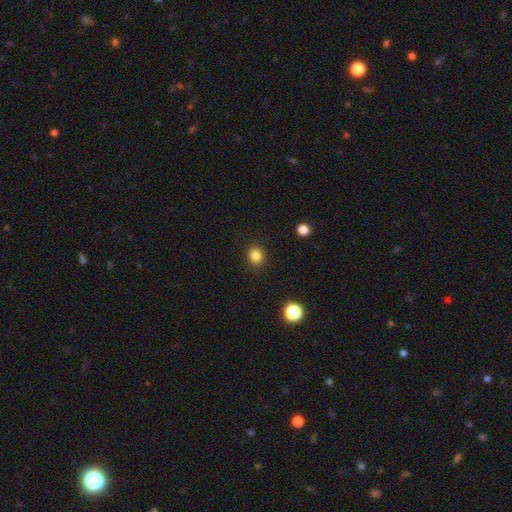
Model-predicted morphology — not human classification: Smooth or featured: smooth — 84% (star or artifact — 12%)
How rounded: round — 81% (in between — 18%)
Merging: none — 90% (minor disturbance — 6%)